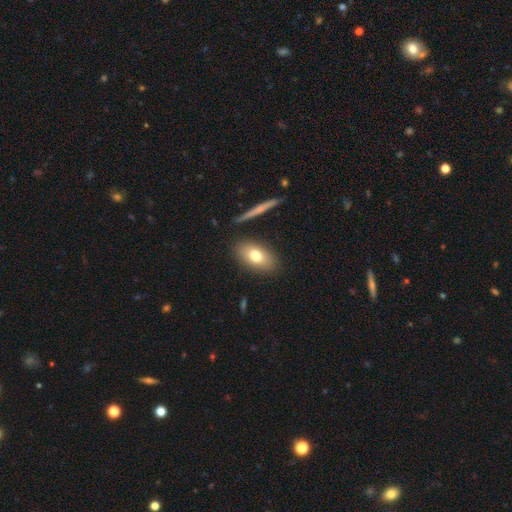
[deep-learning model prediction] This is likely a smooth galaxy (73%). How rounded: clearly in between (87%). Merging: clearly none (85%).